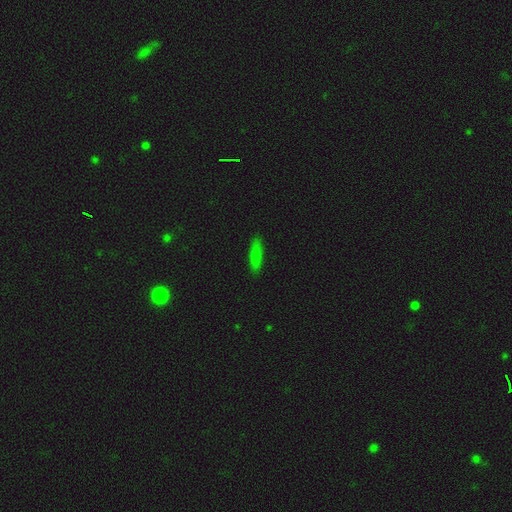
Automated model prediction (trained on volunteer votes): Smooth or featured: smooth — 82% (featured or disk — 10%)
How rounded: cigar-shaped — 69% (in between — 29%)
Merging: none — 87% (minor disturbance — 10%)